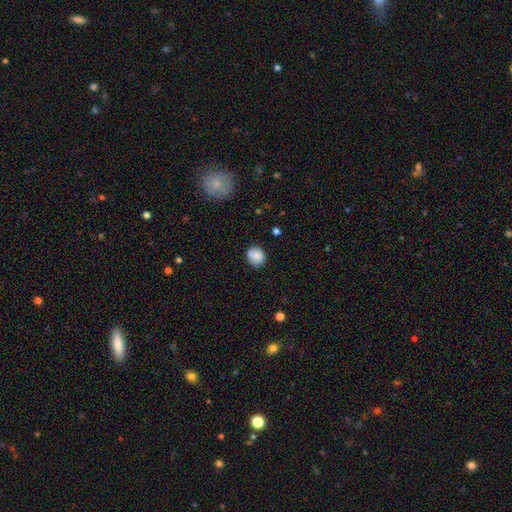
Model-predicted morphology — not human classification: Smooth or featured?
  - smooth: 84% *
  - star or artifact: 9%
  - featured or disk: 7%
How rounded?
  - round: 76% *
  - in between: 23%
  - cigar-shaped: 1%
Merging?
  - none: 76% *
  - minor disturbance: 16%
  - merger: 4%
  - major disturbance: 3%